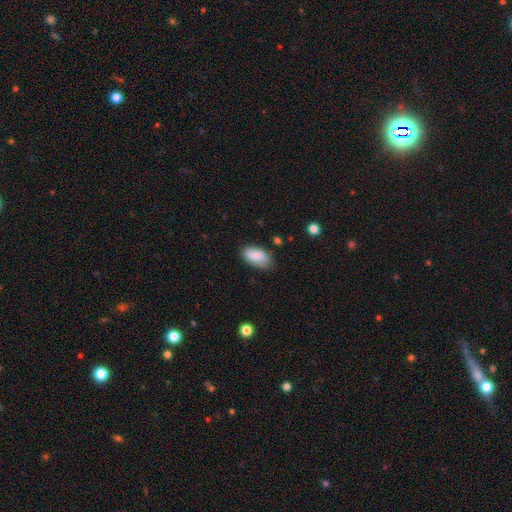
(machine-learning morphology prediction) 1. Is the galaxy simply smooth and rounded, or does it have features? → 83% smooth, 10% featured or disk, 7% star or artifact.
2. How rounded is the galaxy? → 94% in between, 4% round, 2% cigar-shaped.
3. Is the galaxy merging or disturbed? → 78% none, 17% minor disturbance, 3% major disturbance, 2% merger.